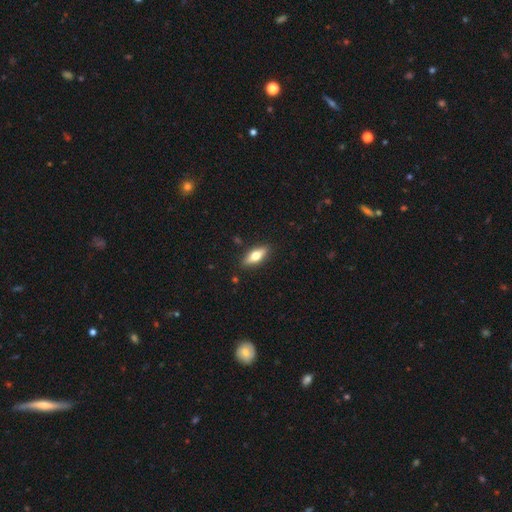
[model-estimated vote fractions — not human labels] This appears to be a smooth galaxy with no disk features (60%) that is in between round and cigar-shaped (66%). Merging: none (87%).